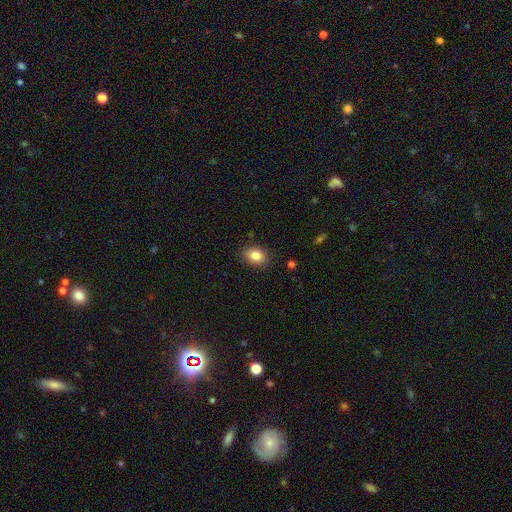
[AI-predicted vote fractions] A smooth galaxy with no disk features (84%) that is in between round and cigar-shaped (72%).

Vote fractions:
- Smooth or featured? smooth: 84% / star or artifact: 9% / featured or disk: 7%
- How rounded? in between: 72% / round: 27% / cigar-shaped: 1%
- Merging? none: 86% / minor disturbance: 11% / major disturbance: 2% / merger: 1%